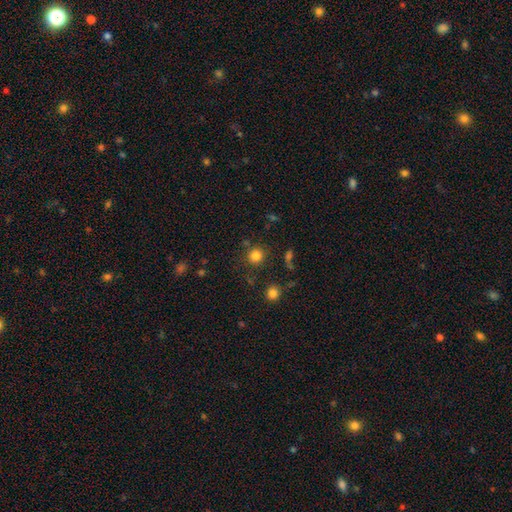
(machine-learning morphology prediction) This is clearly a smooth galaxy (82%). How rounded: clearly round (92%). Merging: clearly none (83%).